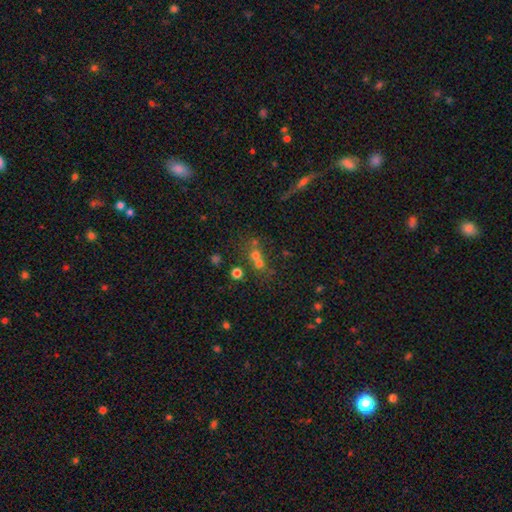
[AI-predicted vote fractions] A smooth galaxy with no disk features (57%) that is round (81%). Merging: merger (49%).